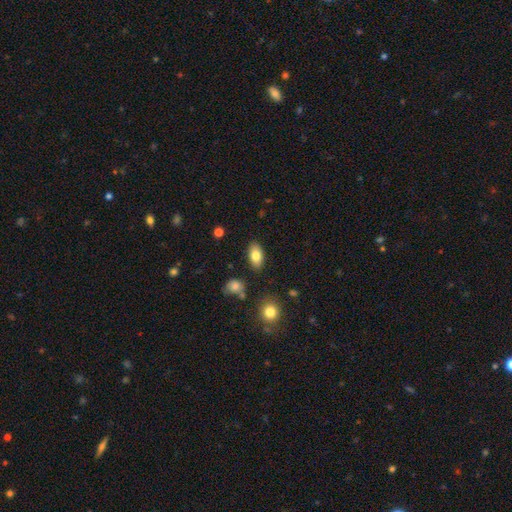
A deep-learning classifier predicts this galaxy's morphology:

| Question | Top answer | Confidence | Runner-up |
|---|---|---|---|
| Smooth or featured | smooth | 81% | featured or disk (12%) |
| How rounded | in between | 93% | round (4%) |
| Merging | none | 86% | minor disturbance (9%) |